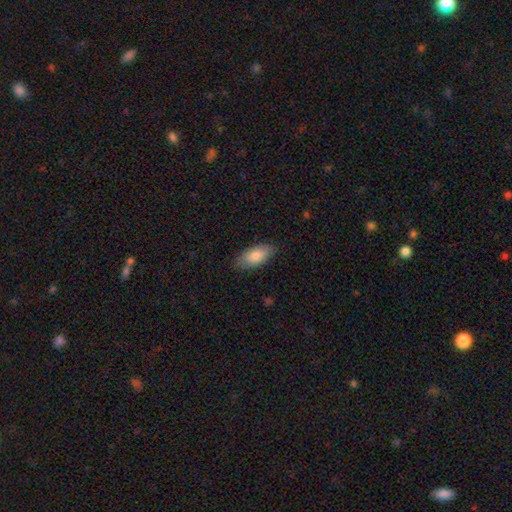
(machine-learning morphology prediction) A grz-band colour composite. It shows a smooth galaxy with no disk features (84%) that is in between round and cigar-shaped (90%). Merging: none (83%).